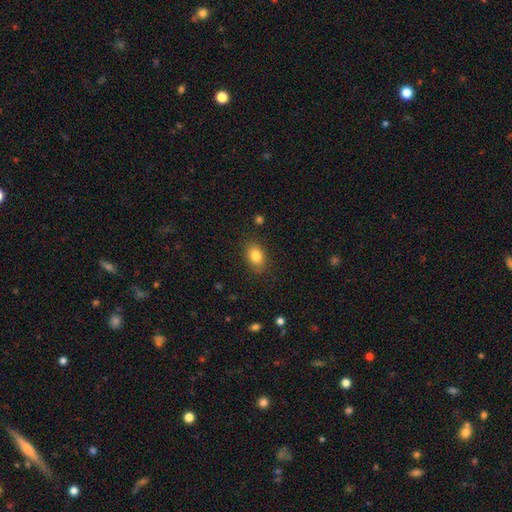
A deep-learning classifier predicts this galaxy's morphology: Smooth or featured? smooth (84%)
How rounded? in between (76%)
Merging? none (85%)